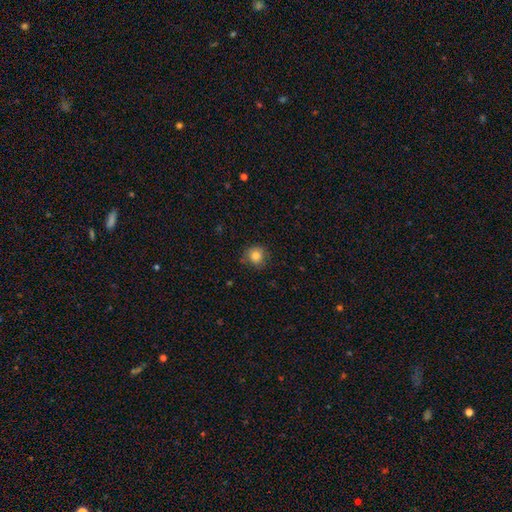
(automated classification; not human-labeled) smooth_or_featured: smooth (p=0.82) [alt: star or artifact p=0.10]
how_rounded: round (p=0.88) [alt: in between p=0.11]
merging: none (p=0.77) [alt: minor disturbance p=0.17]